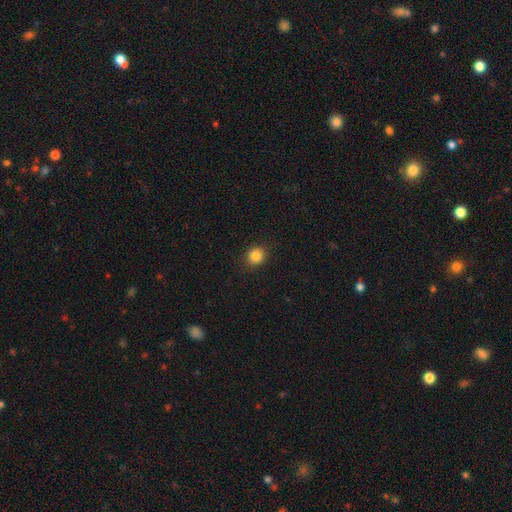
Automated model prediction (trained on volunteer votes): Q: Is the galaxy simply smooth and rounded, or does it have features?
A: smooth — 85%.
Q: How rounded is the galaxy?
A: round — 77%.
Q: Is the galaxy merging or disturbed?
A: none — 89%.